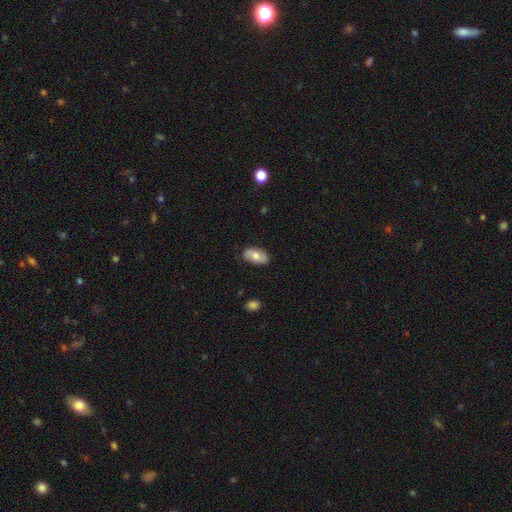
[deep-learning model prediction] Smooth or featured? Predicted: smooth (p=0.68). How rounded? Predicted: in between (p=0.93). Merging? Predicted: none (p=0.82).